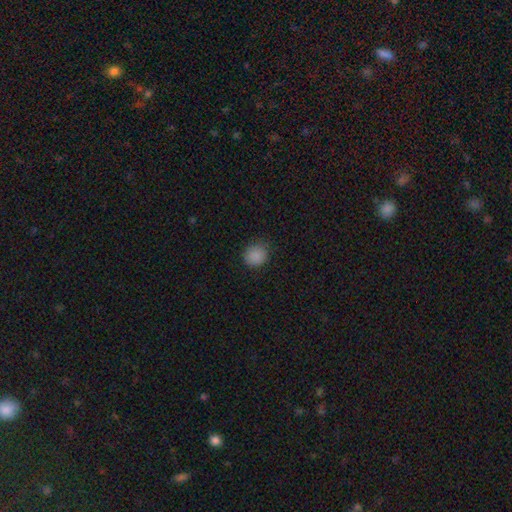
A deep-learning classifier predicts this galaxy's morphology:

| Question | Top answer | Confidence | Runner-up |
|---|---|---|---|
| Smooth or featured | smooth | 87% | star or artifact (10%) |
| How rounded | round | 84% | in between (15%) |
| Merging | none | 83% | minor disturbance (13%) |